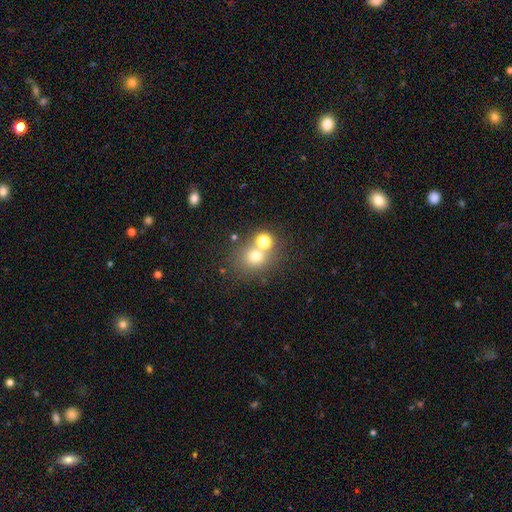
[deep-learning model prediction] This appears to be a smooth galaxy with no disk features (68%) that is round (80%). Merging: none (56%).